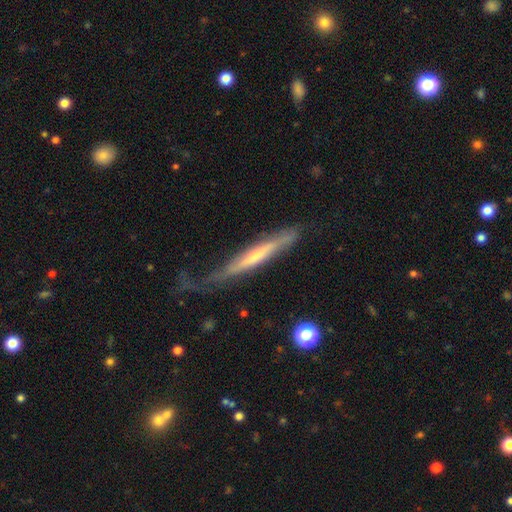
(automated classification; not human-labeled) Smooth or featured?
  - featured or disk: 62% *
  - smooth: 33%
  - star or artifact: 5%
Edge-on disk?
  - yes: 82% *
  - no: 18%
Edge-on bulge?
  - none: 55% *
  - rounded: 35%
  - boxy: 10%
Merging?
  - none: 45% *
  - minor disturbance: 29%
  - major disturbance: 22%
  - merger: 3%